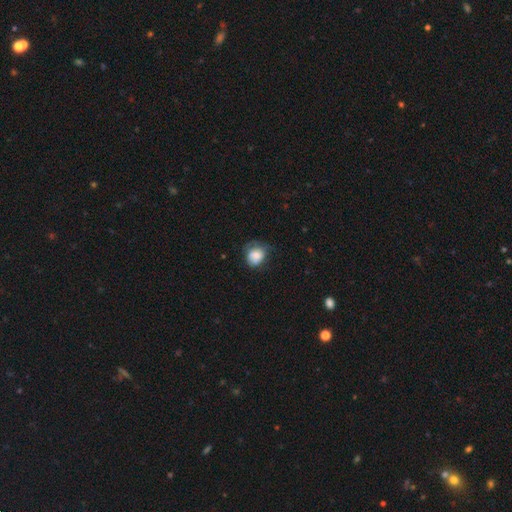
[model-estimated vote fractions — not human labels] smooth-or-featured: smooth: 72% | featured or disk: 19% | star or artifact: 9%
  how-rounded: round: 59% | in between: 40% | cigar-shaped: 1%
  merging: none: 43% | minor disturbance: 34% | major disturbance: 20% | merger: 3%